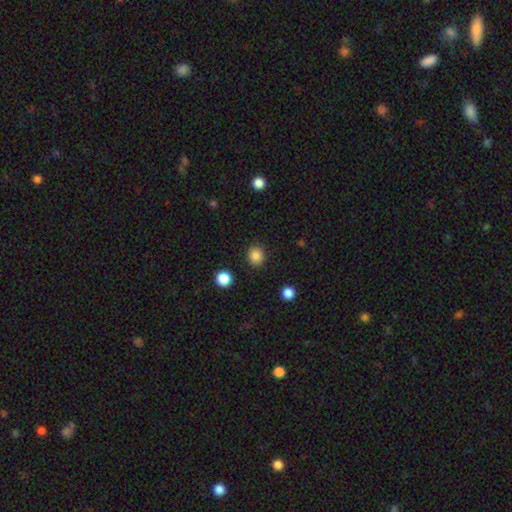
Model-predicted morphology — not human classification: smooth_or_featured: smooth (p=0.86) [alt: star or artifact p=0.11]
how_rounded: round (p=0.83) [alt: in between p=0.16]
merging: none (p=0.89) [alt: minor disturbance p=0.07]